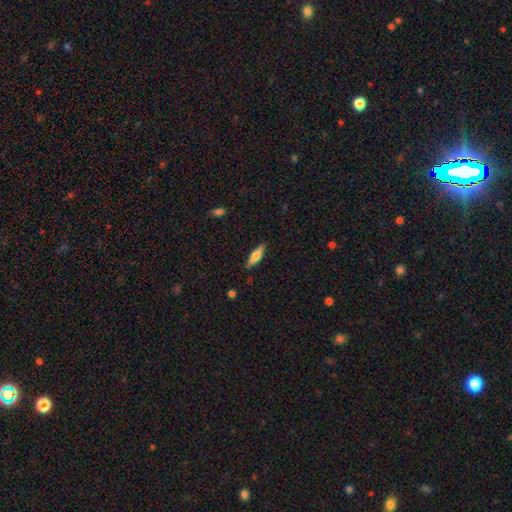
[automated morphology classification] Overall: smooth (58%; featured or disk 36%). How rounded: cigar-shaped (67%; in between 31%). Merging: none (87%).